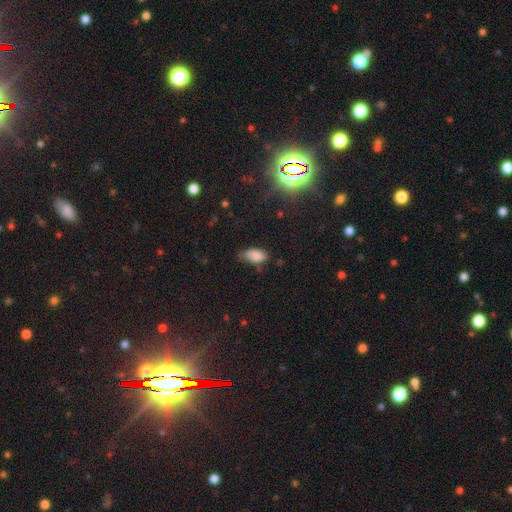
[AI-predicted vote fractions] Overall: smooth (84%). How rounded: in between (91%). Merging: none (55%; minor disturbance 35%).